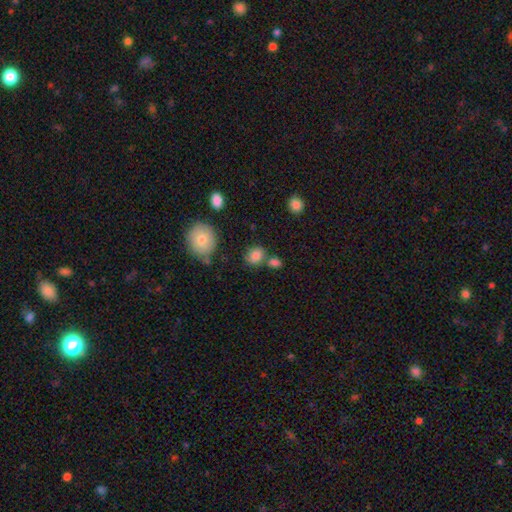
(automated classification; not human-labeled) This is clearly a smooth galaxy (82%). How rounded: possibly round (58%). Merging: possibly none (60%).